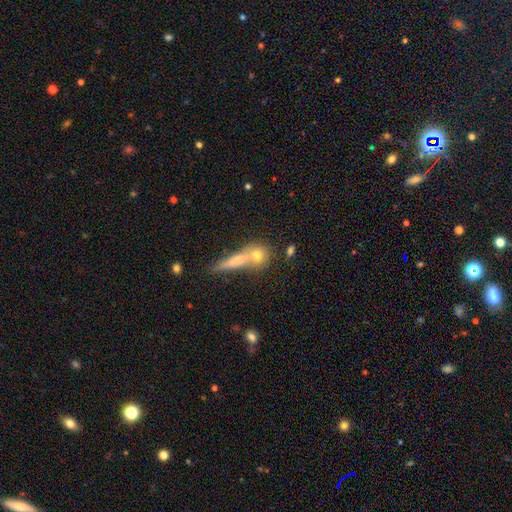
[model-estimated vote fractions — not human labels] Smooth or featured?
  - smooth: 60% *
  - featured or disk: 28%
  - star or artifact: 12%
How rounded?
  - cigar-shaped: 45% *
  - round: 38%
  - in between: 18%
Merging?
  - none: 50% *
  - merger: 34%
  - minor disturbance: 11%
  - major disturbance: 6%